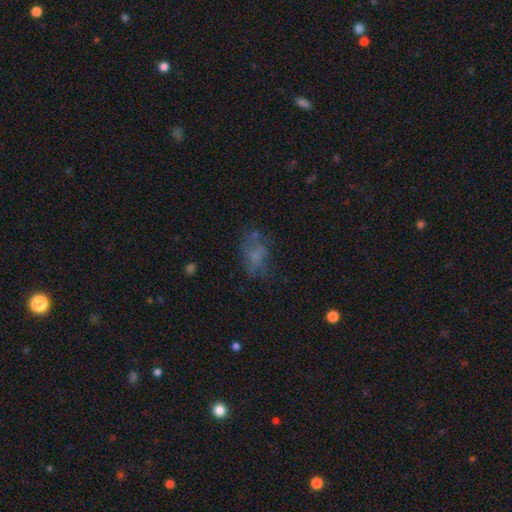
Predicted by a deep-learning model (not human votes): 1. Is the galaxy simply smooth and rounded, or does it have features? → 53% smooth, 31% featured or disk, 17% star or artifact.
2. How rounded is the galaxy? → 81% in between, 17% round, 3% cigar-shaped.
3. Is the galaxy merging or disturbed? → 47% none, 25% major disturbance, 23% minor disturbance, 5% merger.